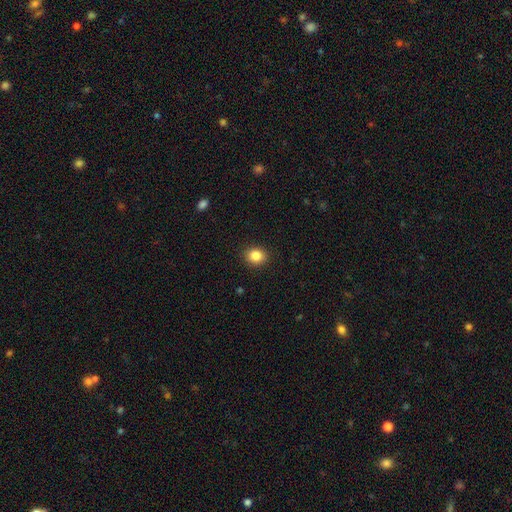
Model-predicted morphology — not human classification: This is clearly a smooth galaxy (85%). How rounded: likely round (65%). Merging: clearly none (91%).